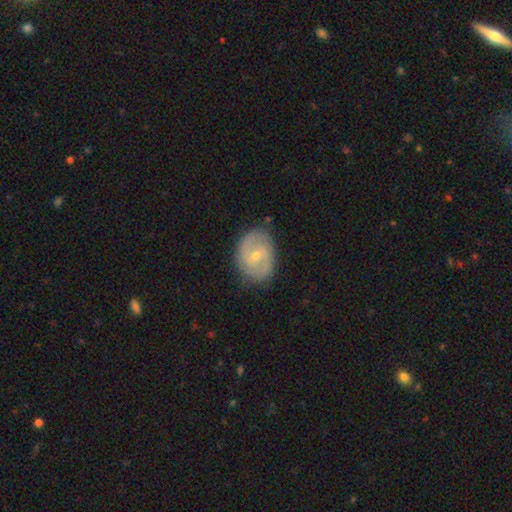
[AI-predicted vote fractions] Q: Smooth or featured?
A: featured or disk (75%); runner-up: smooth (20%)
Q: Edge-on disk?
A: no (97%); runner-up: yes (3%)
Q: Bar?
A: weak (52%); runner-up: no (37%)
Q: Spiral arms?
A: yes (91%); runner-up: no (9%)
Q: Spiral winding?
A: medium (48%); runner-up: tight (37%)
Q: Spiral arm count?
A: 2 (81%); runner-up: can't tell (10%)
Q: Bulge size?
A: small (53%); runner-up: moderate (44%)
Q: Merging?
A: none (79%); runner-up: minor disturbance (16%)